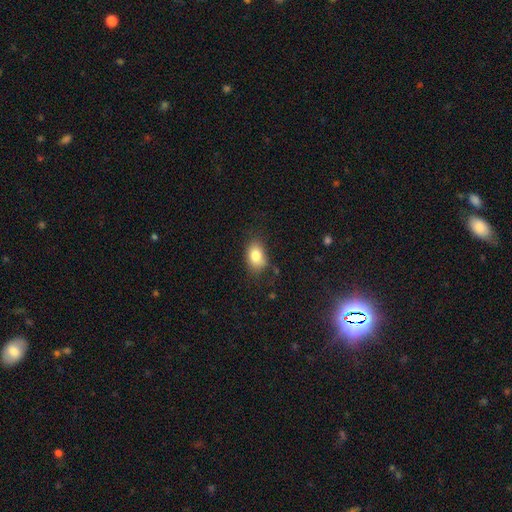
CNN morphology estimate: smooth-or-featured: smooth: 82% | featured or disk: 9% | star or artifact: 9%
  how-rounded: in between: 82% | round: 17% | cigar-shaped: 1%
  merging: none: 74% | minor disturbance: 19% | major disturbance: 5% | merger: 2%